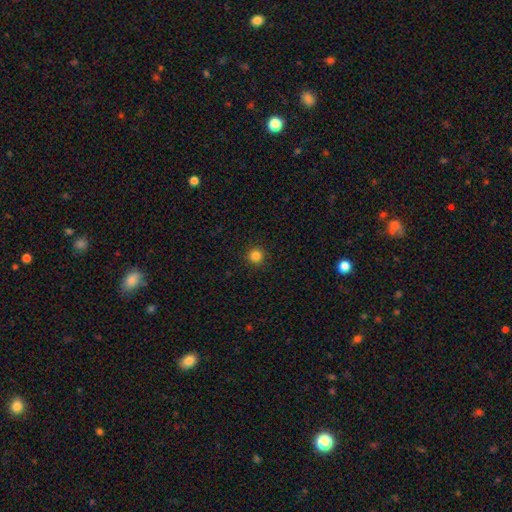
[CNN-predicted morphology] Smooth or featured? Predicted: smooth (p=0.84). How rounded? Predicted: round (p=0.96). Merging? Predicted: none (p=0.92).